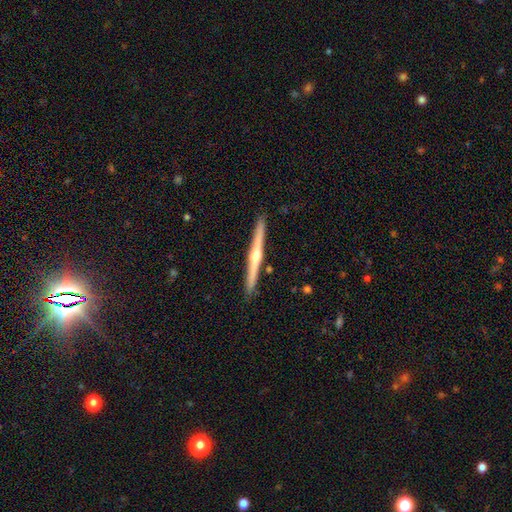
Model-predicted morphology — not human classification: Smooth or featured? Predicted: featured or disk (p=0.76). Edge-on disk? Predicted: yes (p=0.98). Edge-on bulge? Predicted: rounded (p=0.90). Merging? Predicted: none (p=0.92).